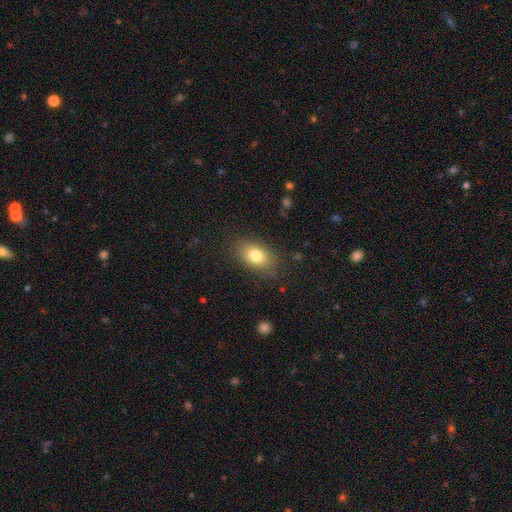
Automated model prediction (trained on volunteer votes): This is likely a smooth galaxy (80%). How rounded: clearly in between (85%). Merging: clearly none (84%).